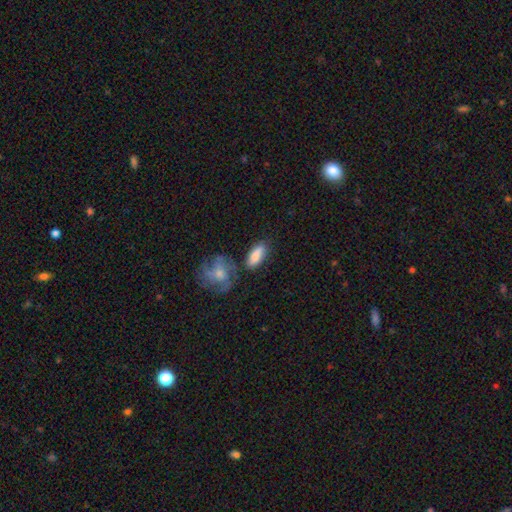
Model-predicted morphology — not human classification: smooth-or-featured: smooth: 79% | featured or disk: 14% | star or artifact: 6%
  how-rounded: in between: 79% | cigar-shaped: 17% | round: 4%
  merging: none: 69% | minor disturbance: 17% | merger: 9% | major disturbance: 5%